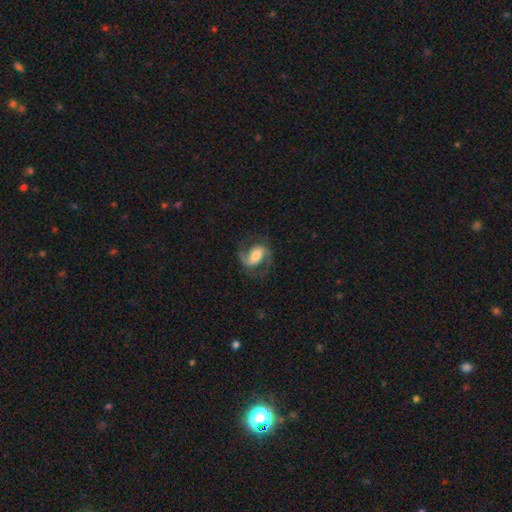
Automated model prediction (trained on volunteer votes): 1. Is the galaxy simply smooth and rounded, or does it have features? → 76% featured or disk, 18% smooth, 6% star or artifact.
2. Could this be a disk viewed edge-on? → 97% no, 3% yes.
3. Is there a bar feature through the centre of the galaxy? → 39% weak, 31% no, 30% strong.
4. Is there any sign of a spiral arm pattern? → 93% yes, 7% no.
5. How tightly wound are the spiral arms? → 49% medium, 36% loose, 15% tight.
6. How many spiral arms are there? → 82% 2, 11% 1, 4% can't tell, 1% 3, 1% 4, 1% more than 4.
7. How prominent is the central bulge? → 59% moderate, 19% small, 18% large, 2% none, 2% dominant.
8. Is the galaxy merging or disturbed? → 67% none, 17% minor disturbance, 14% major disturbance, 1% merger.